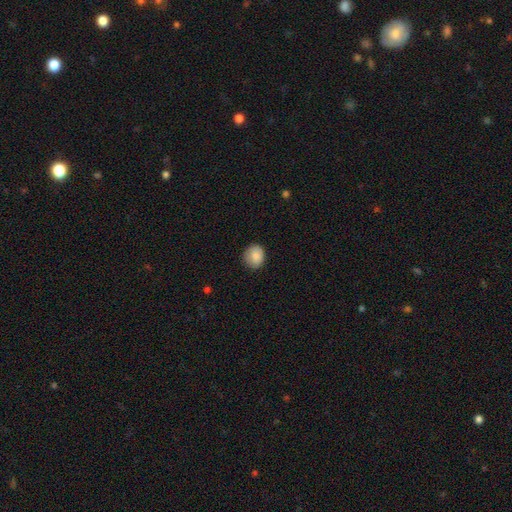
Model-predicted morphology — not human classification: smooth_or_featured: smooth (p=0.86) [alt: star or artifact p=0.08]
how_rounded: round (p=0.70) [alt: in between p=0.29]
merging: none (p=0.80) [alt: minor disturbance p=0.16]